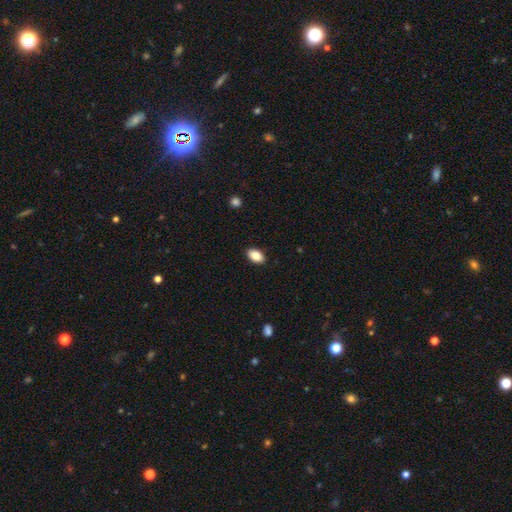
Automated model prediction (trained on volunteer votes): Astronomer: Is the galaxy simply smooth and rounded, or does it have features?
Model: smooth — 85%.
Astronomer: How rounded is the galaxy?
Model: in between — 91%.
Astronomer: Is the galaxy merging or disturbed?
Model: none — 89%.